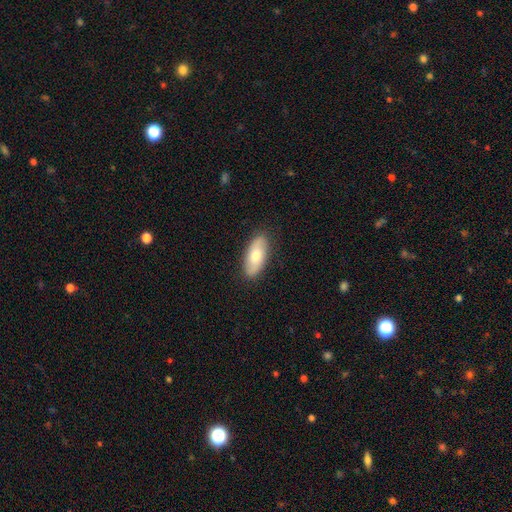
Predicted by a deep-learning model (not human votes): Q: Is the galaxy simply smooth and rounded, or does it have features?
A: smooth — 71%.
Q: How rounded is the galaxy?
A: in between — 87%.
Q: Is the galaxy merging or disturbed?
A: none — 87%.